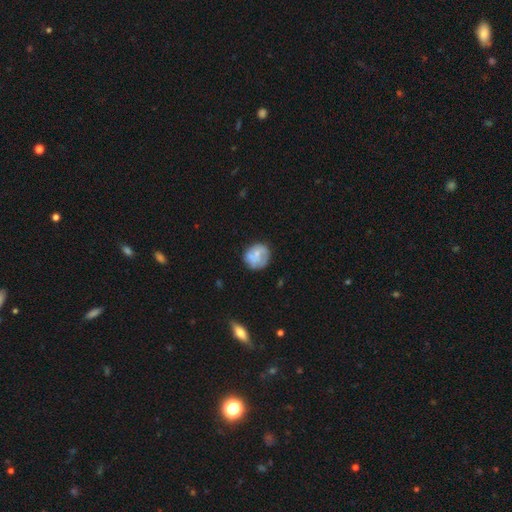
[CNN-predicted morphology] smooth-or-featured: smooth: 50% | featured or disk: 43% | star or artifact: 7%
  merging: none: 63% | minor disturbance: 24% | major disturbance: 8% | merger: 5%